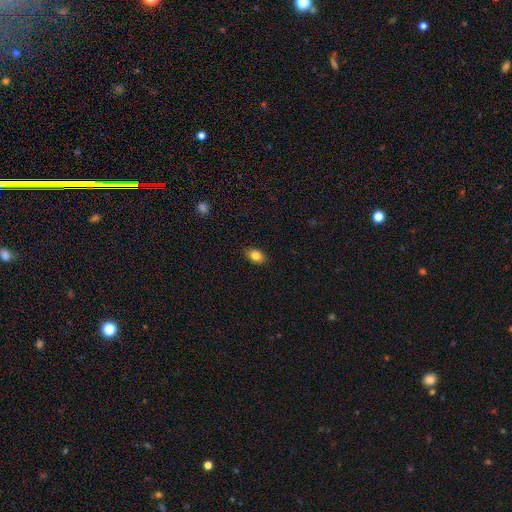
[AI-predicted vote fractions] The model was most divided on "how rounded": in between: 85%, round: 13%, cigar-shaped: 2%. More confident: merging — none (88%); smooth or featured — smooth (83%).